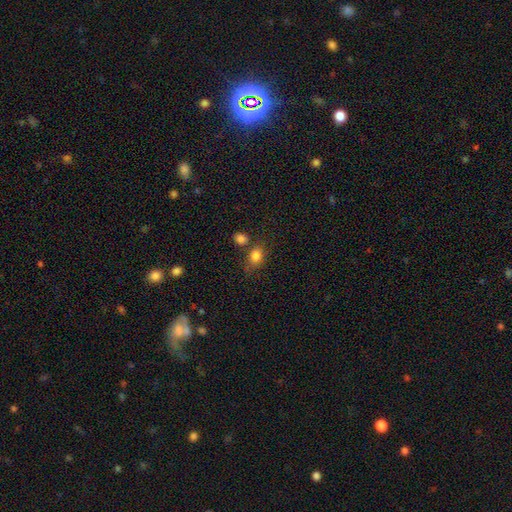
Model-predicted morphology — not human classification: smooth_or_featured: smooth (p=0.83) [alt: star or artifact p=0.10]
how_rounded: in between (p=0.55) [alt: round p=0.44]
merging: none (p=0.61) [alt: merger p=0.18]